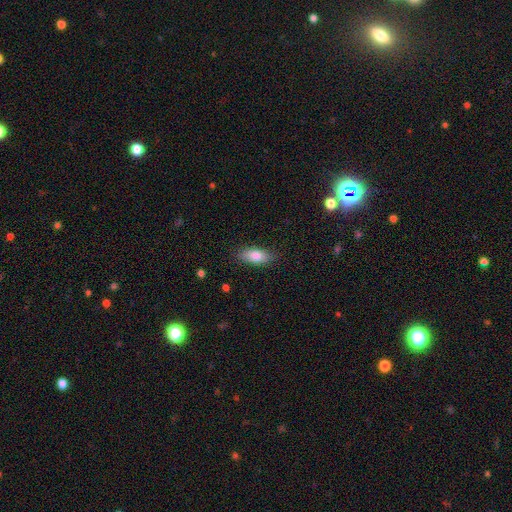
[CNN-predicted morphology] Smooth or featured?
  - smooth: 82% *
  - featured or disk: 11%
  - star or artifact: 7%
How rounded?
  - in between: 85% *
  - cigar-shaped: 12%
  - round: 3%
Merging?
  - none: 84% *
  - minor disturbance: 12%
  - major disturbance: 3%
  - merger: 1%